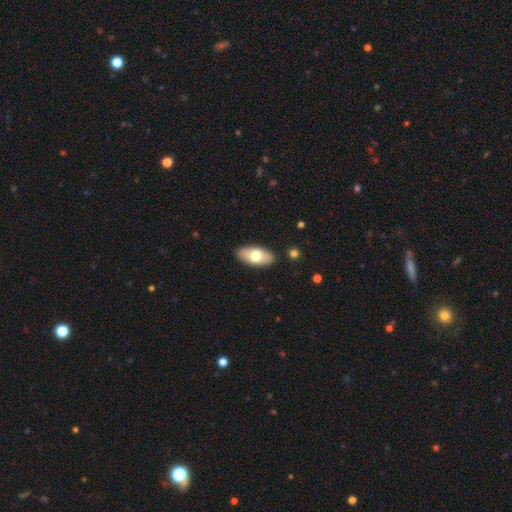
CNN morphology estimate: The model was most divided on "smooth or featured": smooth: 69%, featured or disk: 26%, star or artifact: 6%. More confident: how rounded — in between (91%); merging — none (88%).